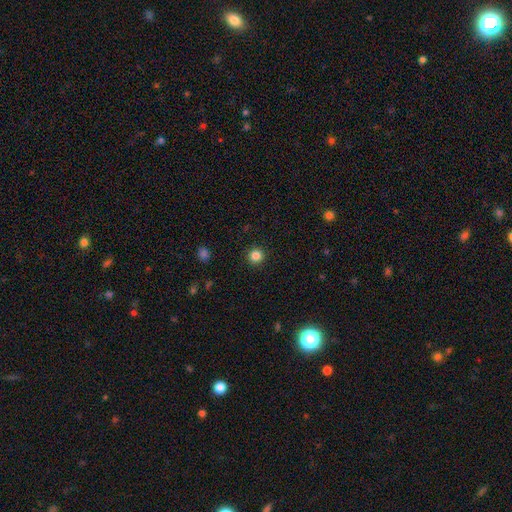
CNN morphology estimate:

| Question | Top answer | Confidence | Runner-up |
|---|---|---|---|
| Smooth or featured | smooth | 84% | star or artifact (12%) |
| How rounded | round | 95% | in between (4%) |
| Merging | none | 93% | minor disturbance (5%) |